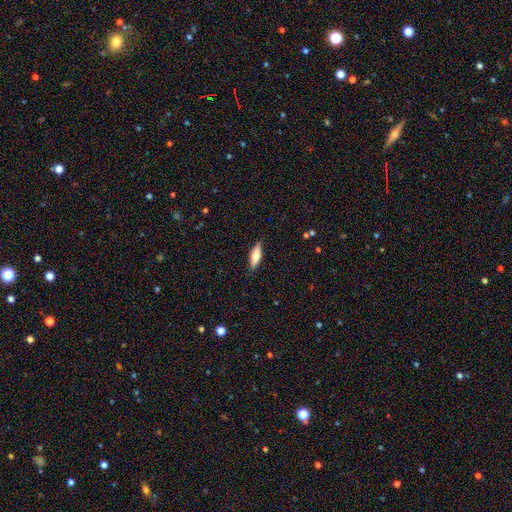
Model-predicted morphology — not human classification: This appears to be a smooth galaxy with no disk features (67%) that is in between round and cigar-shaped (51%). Merging: none (88%).